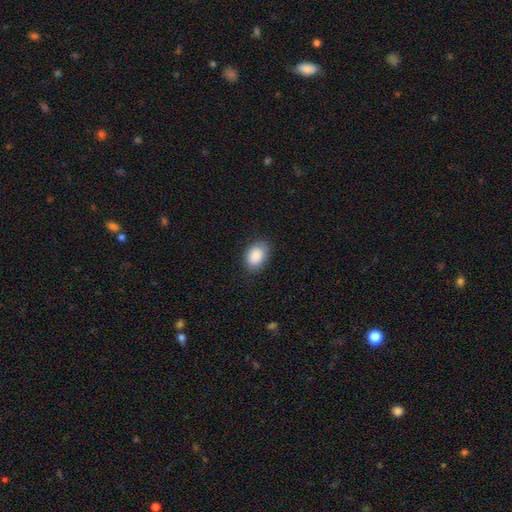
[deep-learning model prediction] Smooth or featured? Predicted: smooth (p=0.89). How rounded? Predicted: in between (p=0.83). Merging? Predicted: none (p=0.81).